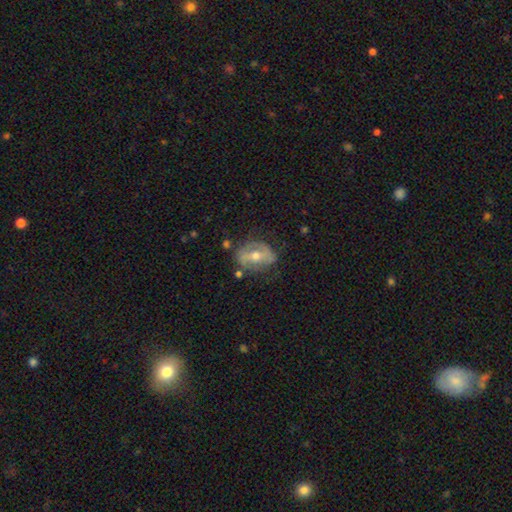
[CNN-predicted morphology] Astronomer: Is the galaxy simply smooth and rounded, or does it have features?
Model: featured or disk — 66%.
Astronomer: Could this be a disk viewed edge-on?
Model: no — 93%.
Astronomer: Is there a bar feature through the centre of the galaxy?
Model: strong — 40% (runner-up: weak, 33%).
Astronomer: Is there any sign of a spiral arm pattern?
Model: yes — 54% (runner-up: no, 46%).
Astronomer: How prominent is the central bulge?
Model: moderate — 68%.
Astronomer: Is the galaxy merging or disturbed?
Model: none — 63%.